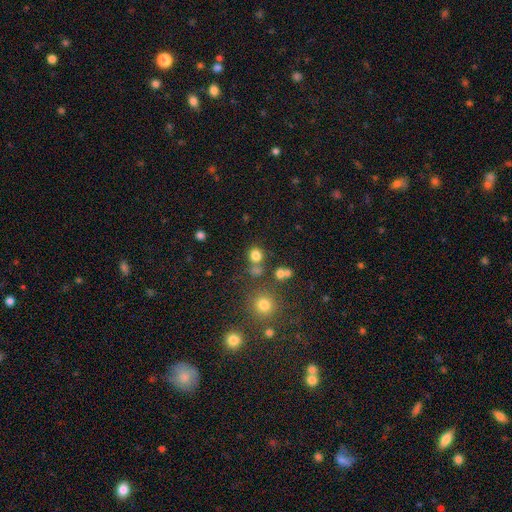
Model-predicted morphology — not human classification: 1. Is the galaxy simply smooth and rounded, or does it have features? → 77% smooth, 16% star or artifact, 7% featured or disk.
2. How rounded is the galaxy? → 87% round, 12% in between, 1% cigar-shaped.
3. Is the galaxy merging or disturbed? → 70% none, 16% merger, 9% minor disturbance, 4% major disturbance.